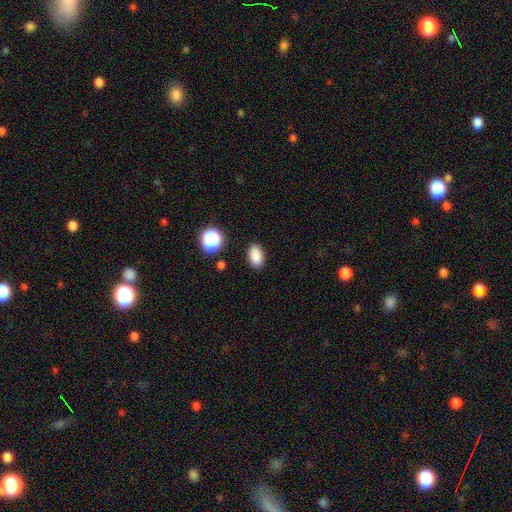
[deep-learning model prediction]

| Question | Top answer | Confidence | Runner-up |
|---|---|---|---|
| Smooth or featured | smooth | 86% | star or artifact (10%) |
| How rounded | in between | 89% | round (9%) |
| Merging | none | 87% | minor disturbance (9%) |